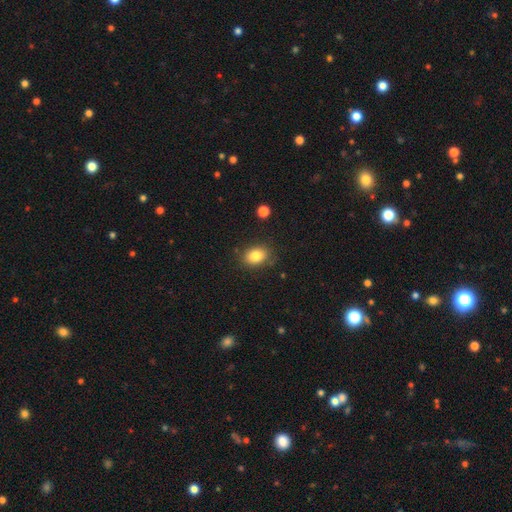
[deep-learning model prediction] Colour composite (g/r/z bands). It shows a smooth galaxy with no disk features (84%) that is in between round and cigar-shaped (74%). Merging: none (82%).